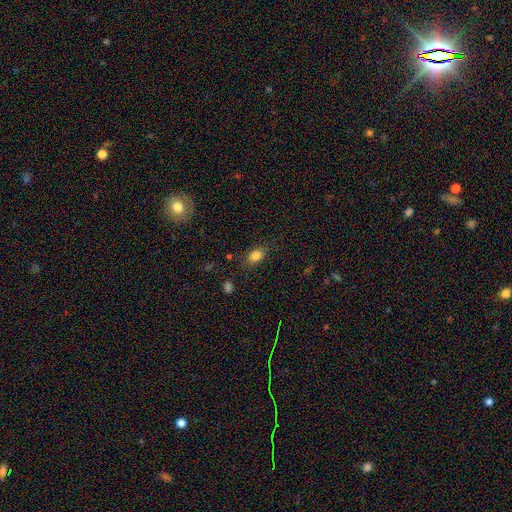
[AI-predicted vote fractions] A smooth galaxy with no disk features (83%) that is in between round and cigar-shaped (76%). Merging: none (80%).